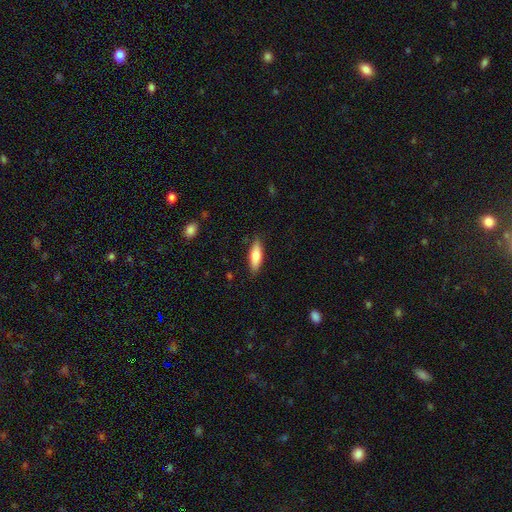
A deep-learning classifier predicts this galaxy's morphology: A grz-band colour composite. It shows a smooth galaxy with no disk features (73%) that is in between round and cigar-shaped (50%). Merging: none (85%).